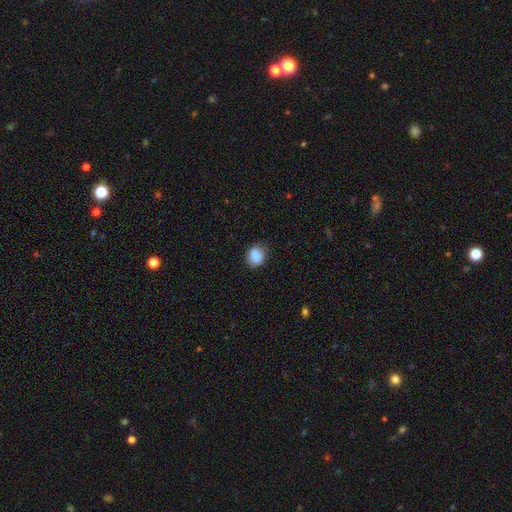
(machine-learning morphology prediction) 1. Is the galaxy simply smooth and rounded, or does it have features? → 88% smooth, 8% star or artifact, 3% featured or disk.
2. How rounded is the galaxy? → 70% round, 29% in between, 1% cigar-shaped.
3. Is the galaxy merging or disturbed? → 81% none, 15% minor disturbance, 3% major disturbance, 1% merger.